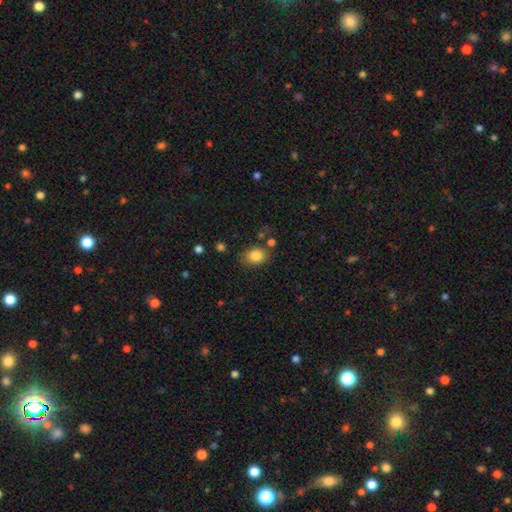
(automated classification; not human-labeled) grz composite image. It shows a smooth galaxy with no disk features (83%) that is in between round and cigar-shaped (61%). Merging: none (76%).